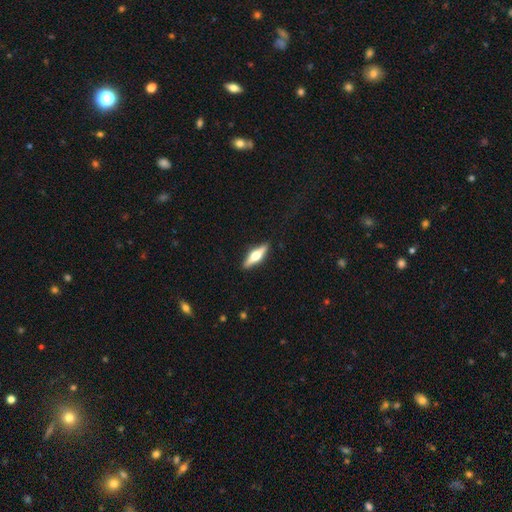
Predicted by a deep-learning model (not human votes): Smooth or featured? featured or disk (63%)
Edge-on disk? yes (96%)
Edge-on bulge? rounded (96%)
Merging? none (90%)